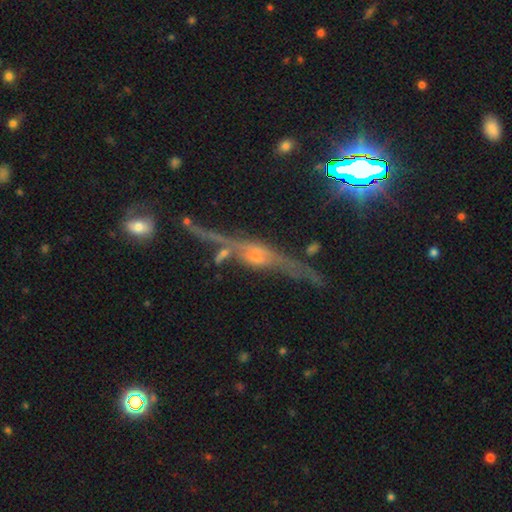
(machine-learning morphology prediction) This appears to be a featured or disk galaxy (76%) viewed edge-on (87%) with a rounded central bulge (81%). Merging: none (66%).